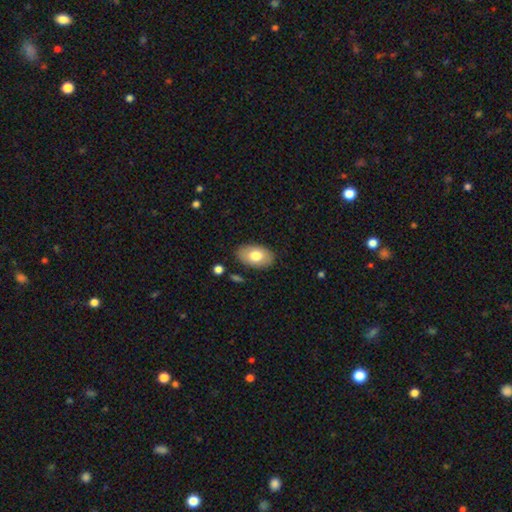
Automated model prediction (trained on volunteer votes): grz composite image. It shows a smooth galaxy with no disk features (74%) that is in between round and cigar-shaped (91%). Merging: none (85%).